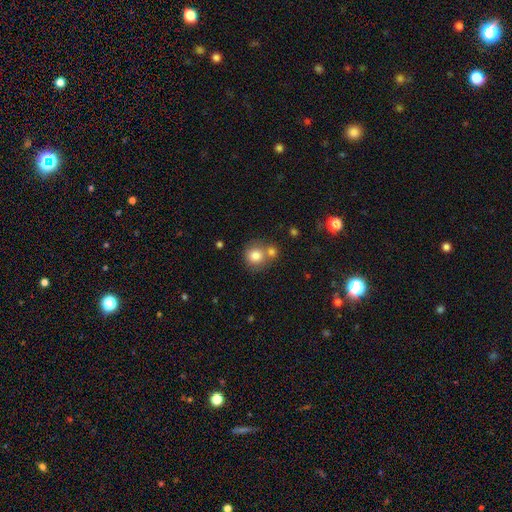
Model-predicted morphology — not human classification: smooth_or_featured: smooth (p=0.79) [alt: featured or disk p=0.11]
how_rounded: round (p=0.87) [alt: in between p=0.12]
merging: none (p=0.51) [alt: merger p=0.35]